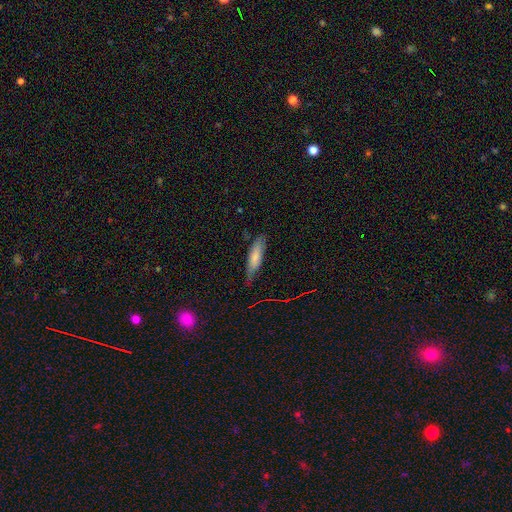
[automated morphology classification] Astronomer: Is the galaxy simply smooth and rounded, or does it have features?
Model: smooth — 62%.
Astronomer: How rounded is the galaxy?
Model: cigar-shaped — 73%.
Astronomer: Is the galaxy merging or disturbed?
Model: none — 67%.